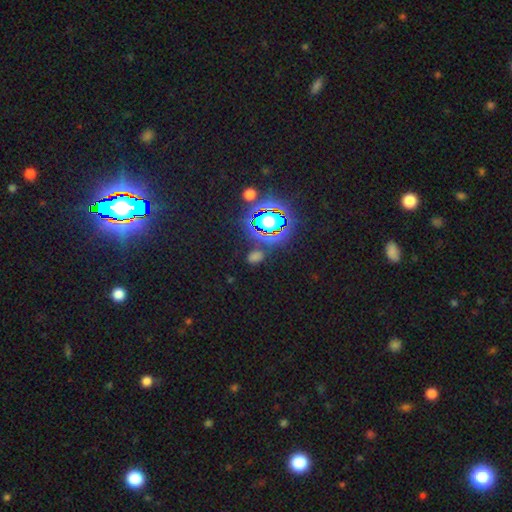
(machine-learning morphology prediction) Smooth or featured: star or artifact — 46% (smooth — 45%)